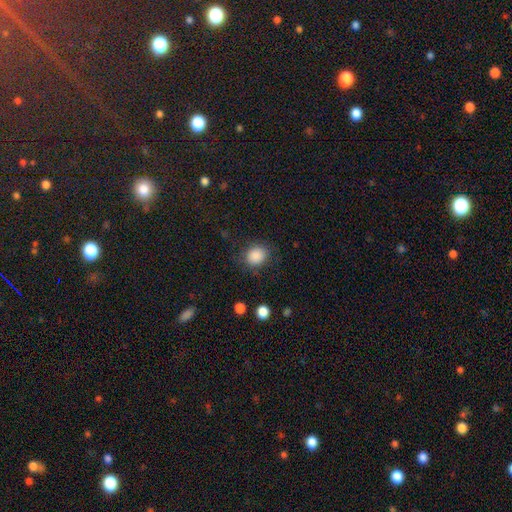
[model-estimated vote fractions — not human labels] smooth_or_featured: smooth (p=0.87) [alt: star or artifact p=0.09]
how_rounded: round (p=0.71) [alt: in between p=0.28]
merging: none (p=0.81) [alt: minor disturbance p=0.12]